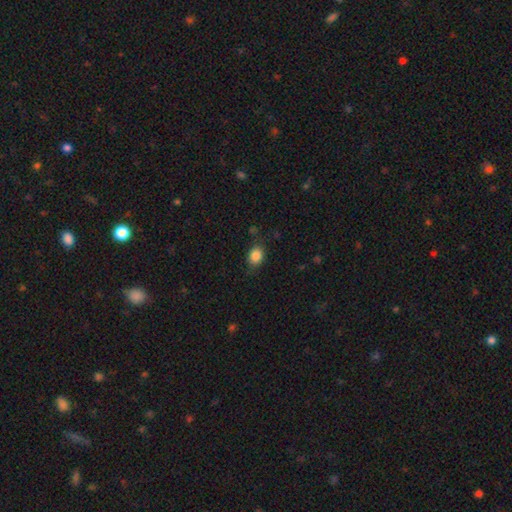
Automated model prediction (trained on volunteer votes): This is clearly a smooth galaxy (85%). How rounded: possibly in between (57%). Merging: likely none (78%).